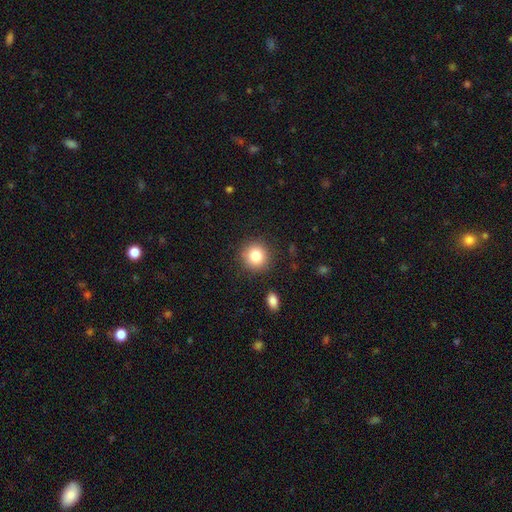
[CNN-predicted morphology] This appears to be a smooth galaxy with no disk features (82%) that is round (92%). Merging: none (89%).